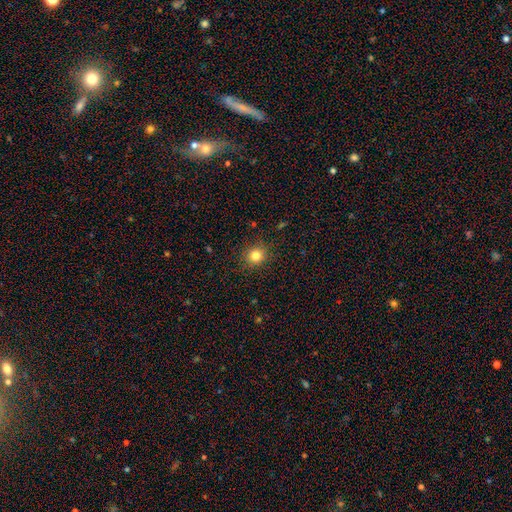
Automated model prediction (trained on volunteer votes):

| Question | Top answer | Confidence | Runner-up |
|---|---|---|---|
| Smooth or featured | smooth | 81% | star or artifact (13%) |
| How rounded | round | 86% | in between (13%) |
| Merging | none | 89% | minor disturbance (8%) |